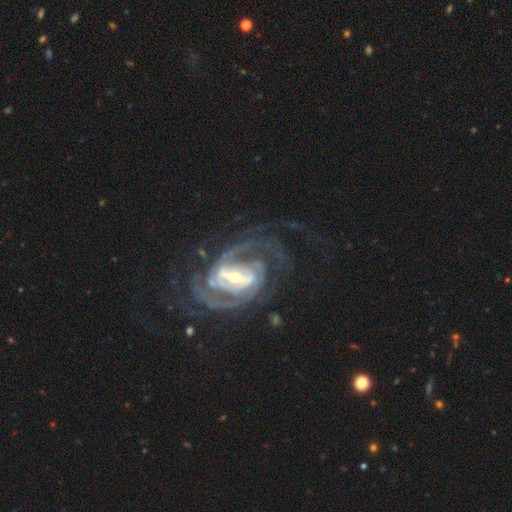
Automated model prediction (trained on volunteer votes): Q: Smooth or featured?
A: featured or disk (87%); runner-up: star or artifact (7%)
Q: Edge-on disk?
A: no (94%); runner-up: yes (6%)
Q: Bar?
A: strong (54%); runner-up: weak (32%)
Q: Spiral arms?
A: yes (92%); runner-up: no (8%)
Q: Spiral winding?
A: tight (48%); runner-up: medium (40%)
Q: Spiral arm count?
A: 2 (59%); runner-up: can't tell (17%)
Q: Bulge size?
A: moderate (49%); runner-up: small (33%)
Q: Merging?
A: none (71%); runner-up: minor disturbance (14%)